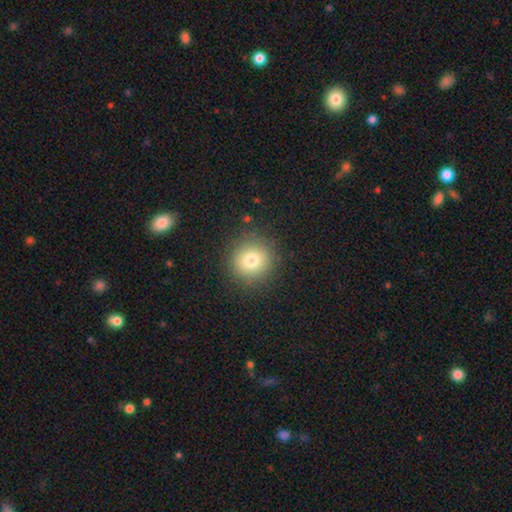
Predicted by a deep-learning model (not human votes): smooth 77%, star or artifact 13%, featured or disk 9%. Down the decision tree: how rounded — round (91%); merging — none (89%).